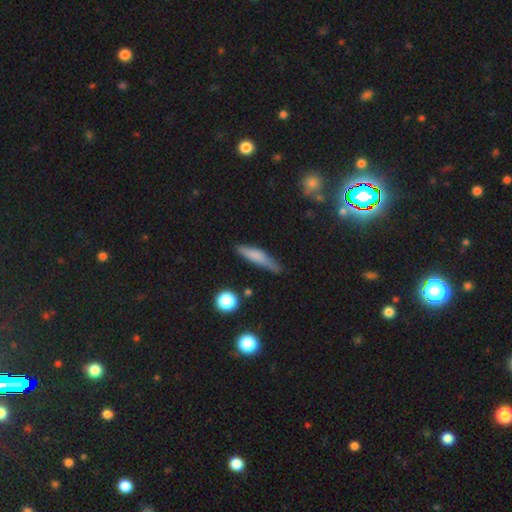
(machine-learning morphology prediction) type=smooth (64%); roundness=cigar-shaped (82%); merging=none (71%).